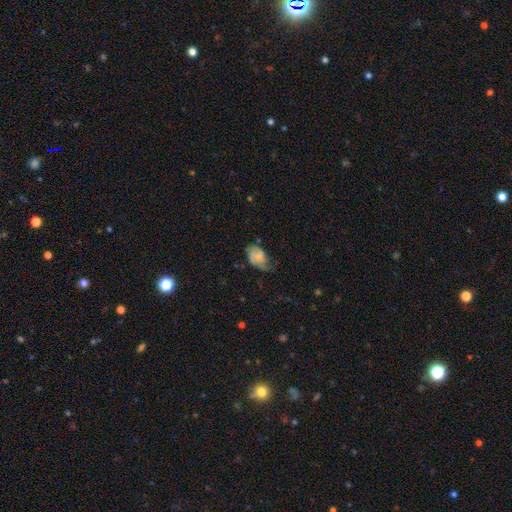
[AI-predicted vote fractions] smooth-or-featured: smooth: 47% | featured or disk: 44% | star or artifact: 9%
  merging: none: 38% | minor disturbance: 36% | major disturbance: 23% | merger: 2%